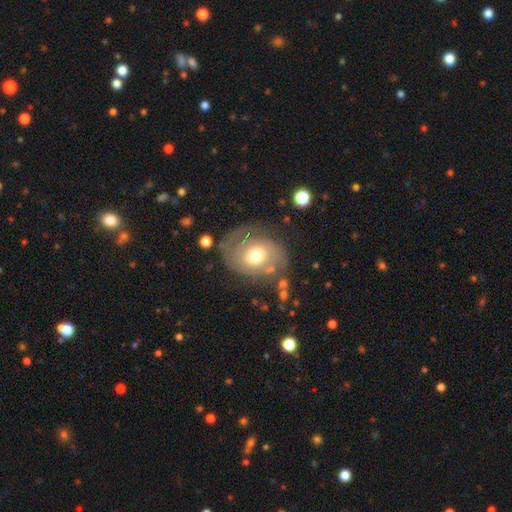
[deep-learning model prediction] Morphology: type=featured or disk (70%); edge-on=no (97%); bar=no (72%); spiral arms=yes (80%); winding=tight (55%); arm count=2 (63%); bulge=moderate (67%); merging=none (65%).